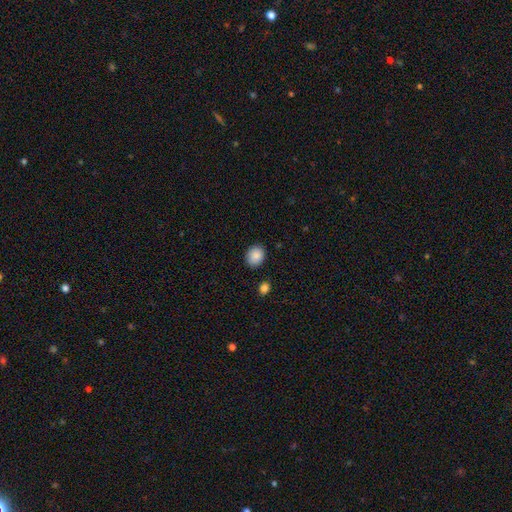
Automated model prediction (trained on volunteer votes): The model was most divided on "how rounded": round: 56%, in between: 43%, cigar-shaped: 1%. More confident: smooth or featured — smooth (88%); merging — none (87%).